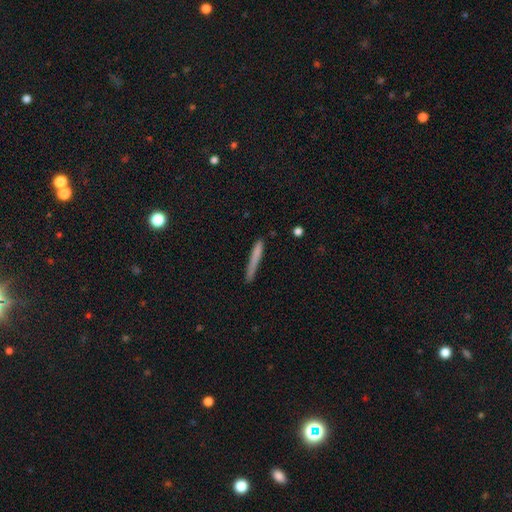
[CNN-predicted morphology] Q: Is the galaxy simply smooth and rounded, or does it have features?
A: smooth — 74%.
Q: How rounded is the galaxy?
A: cigar-shaped — 96%.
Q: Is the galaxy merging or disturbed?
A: none — 77%.